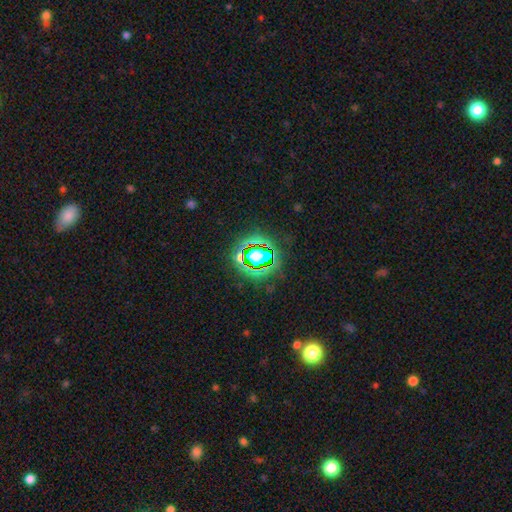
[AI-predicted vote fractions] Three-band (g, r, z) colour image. It shows a star or artifact, not a galaxy (62%).